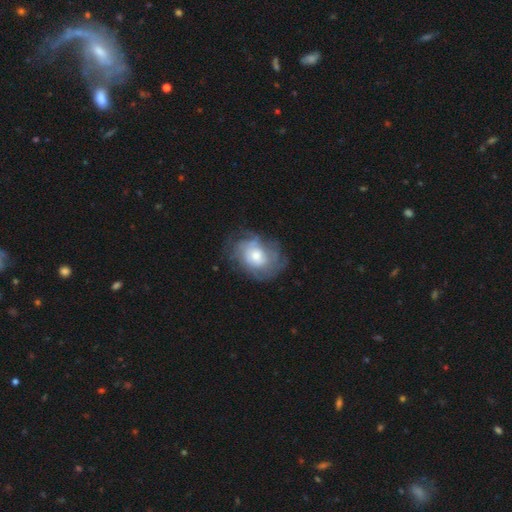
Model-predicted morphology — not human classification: smooth-or-featured: featured or disk: 57% | smooth: 35% | star or artifact: 8%
  disk-edge-on: no: 96% | yes: 4%
    bar: no: 80% | weak: 17% | strong: 3%
    has-spiral-arms: yes: 67% | no: 33%
    bulge-size: moderate: 51% | large: 25% | small: 20% | none: 2% | dominant: 2%
  merging: none: 58% | minor disturbance: 23% | major disturbance: 18% | merger: 2%